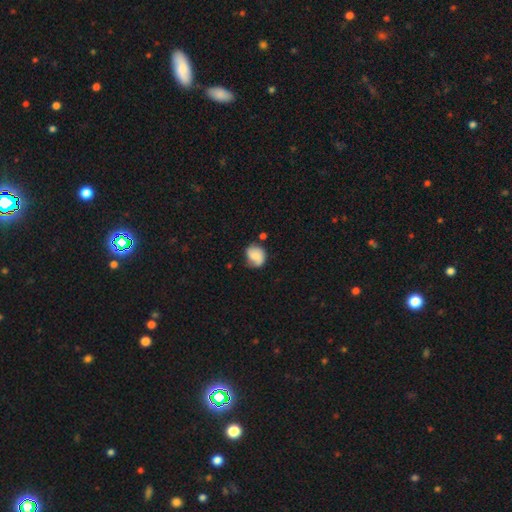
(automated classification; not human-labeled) Q: Smooth or featured?
A: smooth (64%); runner-up: featured or disk (28%)
Q: How rounded?
A: round (58%); runner-up: in between (41%)
Q: Merging?
A: none (53%); runner-up: minor disturbance (31%)